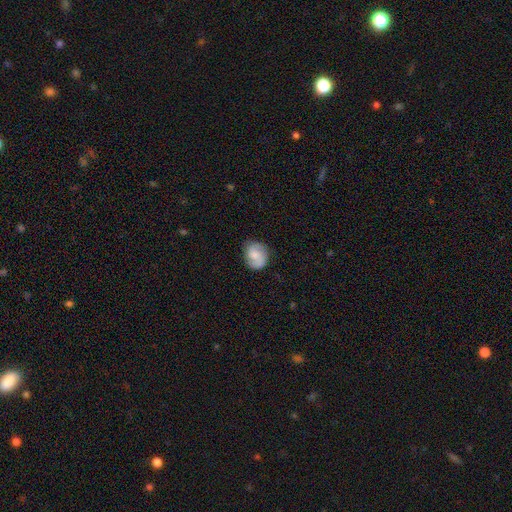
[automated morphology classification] Overall: smooth (56%; featured or disk 36%). How rounded: round (67%; in between 32%). Merging: none (76%).